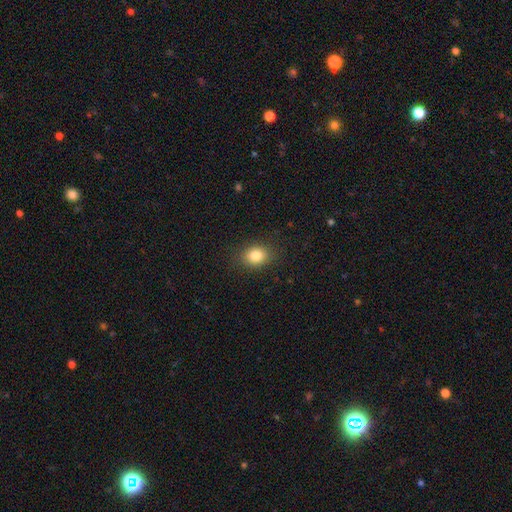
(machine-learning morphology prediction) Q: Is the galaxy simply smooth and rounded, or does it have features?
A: smooth — 82%.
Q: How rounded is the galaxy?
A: in between — 53%.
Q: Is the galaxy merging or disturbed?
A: none — 86%.